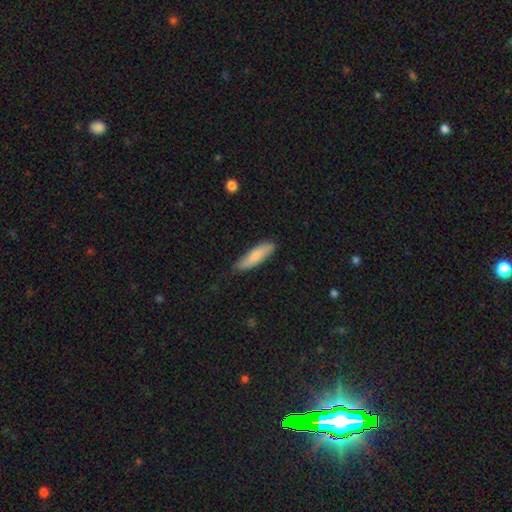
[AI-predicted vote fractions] This appears to be a smooth galaxy with no disk features (80%) that is cigar-shaped (66%). Merging: none (78%).